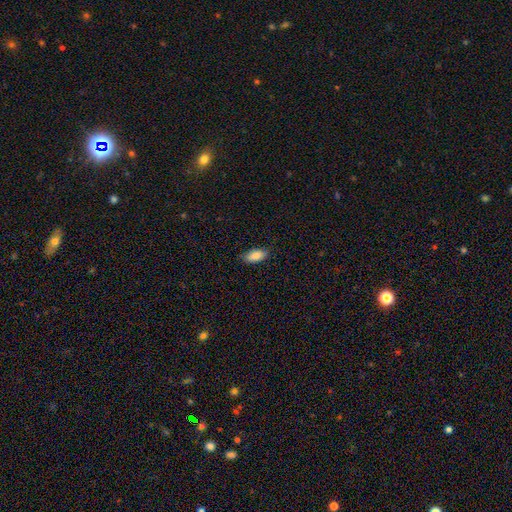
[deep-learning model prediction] A smooth galaxy with no disk features (89%) that is in between round and cigar-shaped (90%). Merging: none (84%).